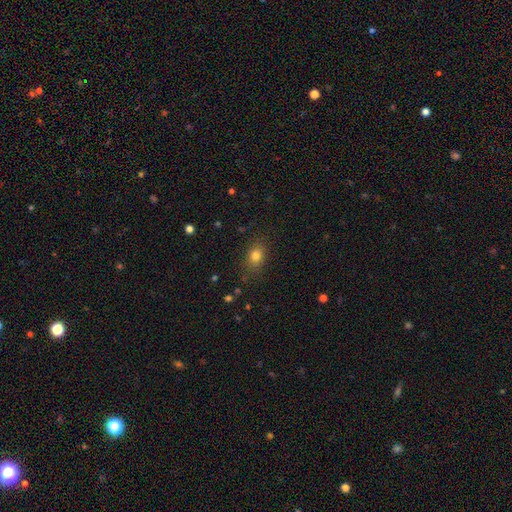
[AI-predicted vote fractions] Morphology: type=smooth (79%); roundness=in between (61%); merging=none (82%).